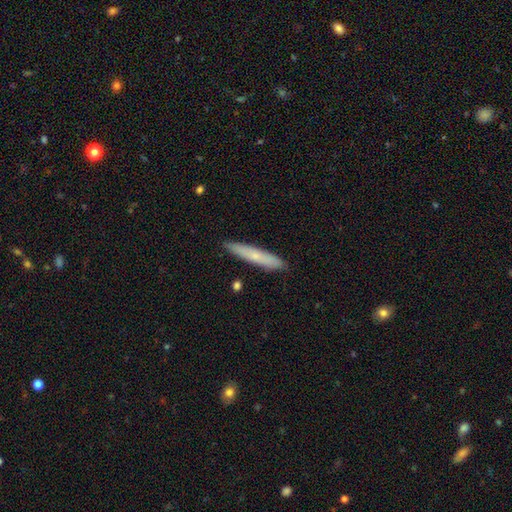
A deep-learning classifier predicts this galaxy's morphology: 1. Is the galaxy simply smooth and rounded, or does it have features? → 62% smooth, 32% featured or disk, 6% star or artifact.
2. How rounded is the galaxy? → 92% cigar-shaped, 6% in between, 1% round.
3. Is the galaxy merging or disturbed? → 89% none, 8% minor disturbance, 1% major disturbance, 1% merger.